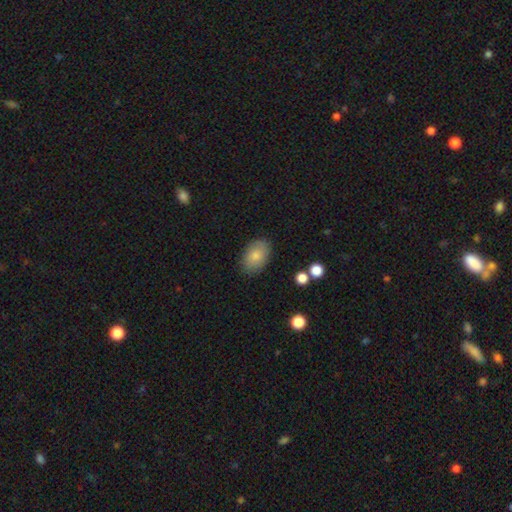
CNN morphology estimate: type=smooth (81%); roundness=in between (89%); merging=none (84%).